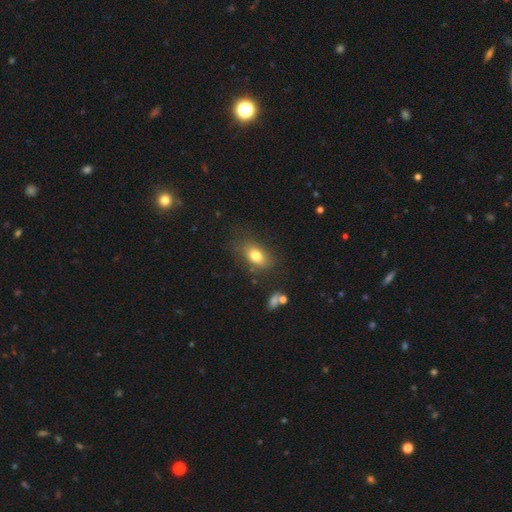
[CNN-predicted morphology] This is likely a smooth galaxy (78%). How rounded: clearly in between (83%). Merging: likely none (75%).